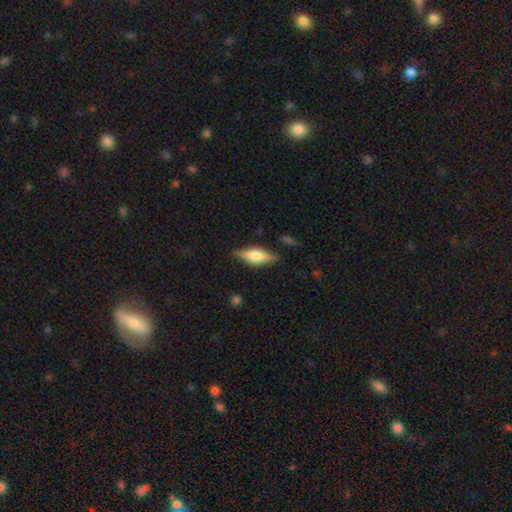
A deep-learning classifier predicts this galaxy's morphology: smooth-or-featured: featured or disk: 53% | smooth: 40% | star or artifact: 7%
  disk-edge-on: yes: 94% | no: 6%
  merging: none: 82% | minor disturbance: 13% | major disturbance: 3% | merger: 2%